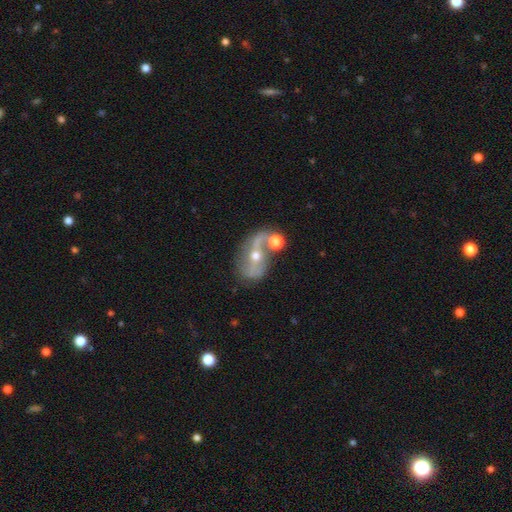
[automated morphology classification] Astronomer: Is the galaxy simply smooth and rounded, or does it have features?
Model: featured or disk — 75%.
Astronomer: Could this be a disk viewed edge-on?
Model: no — 93%.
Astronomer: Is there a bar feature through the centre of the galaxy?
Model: no — 37% (runner-up: strong, 33%).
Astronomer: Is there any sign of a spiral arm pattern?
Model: yes — 77%.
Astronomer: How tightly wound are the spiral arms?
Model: loose — 63%.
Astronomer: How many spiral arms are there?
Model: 2 — 81%.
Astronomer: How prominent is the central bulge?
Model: moderate — 57% (runner-up: small, 38%).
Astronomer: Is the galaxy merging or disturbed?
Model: none — 49%.